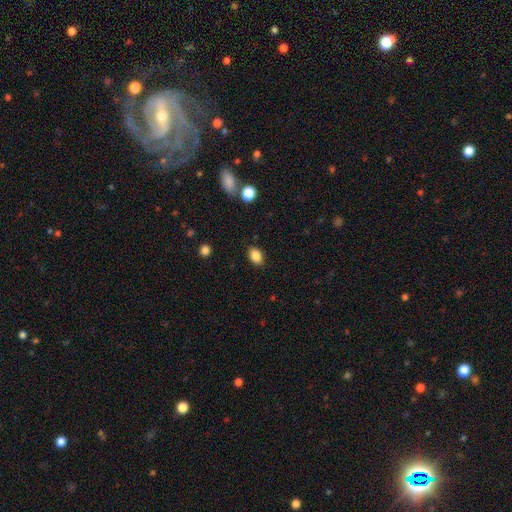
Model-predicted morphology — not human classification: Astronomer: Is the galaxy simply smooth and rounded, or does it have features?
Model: smooth — 86%.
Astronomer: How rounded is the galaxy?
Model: in between — 81%.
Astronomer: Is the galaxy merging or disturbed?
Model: none — 87%.